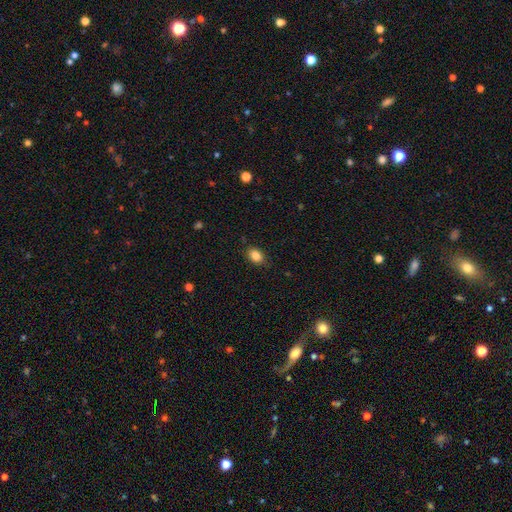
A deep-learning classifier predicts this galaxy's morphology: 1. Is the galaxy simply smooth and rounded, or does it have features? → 86% smooth, 9% star or artifact, 5% featured or disk.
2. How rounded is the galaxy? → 76% in between, 23% round, 1% cigar-shaped.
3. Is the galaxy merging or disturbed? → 85% none, 12% minor disturbance, 3% major disturbance, 1% merger.